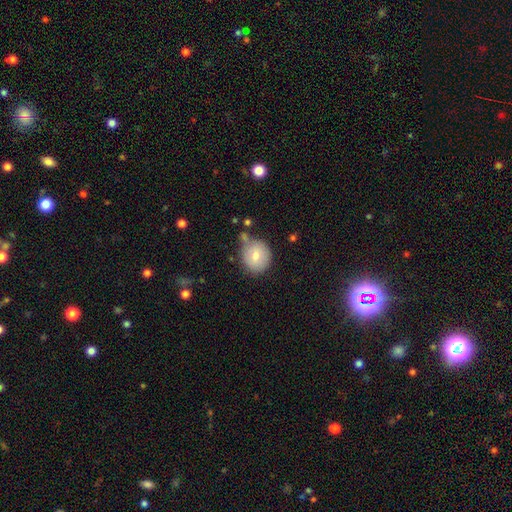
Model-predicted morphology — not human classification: smooth_or_featured: smooth (p=0.76) [alt: featured or disk p=0.16]
how_rounded: round (p=0.87) [alt: in between p=0.12]
merging: none (p=0.65) [alt: minor disturbance p=0.19]